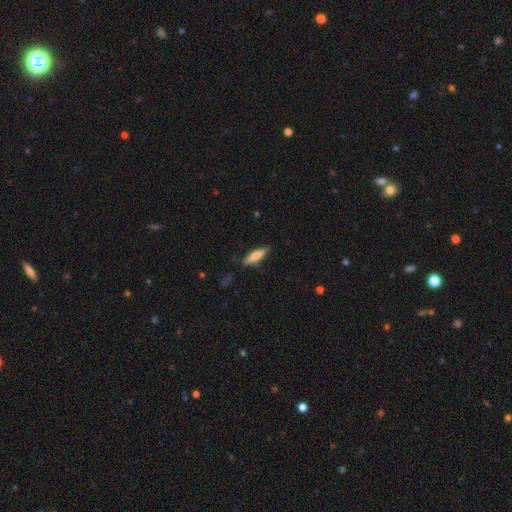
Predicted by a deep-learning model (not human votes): smooth 76%, featured or disk 18%, star or artifact 6%. Down the decision tree: how rounded — cigar-shaped (70%); merging — none (83%).